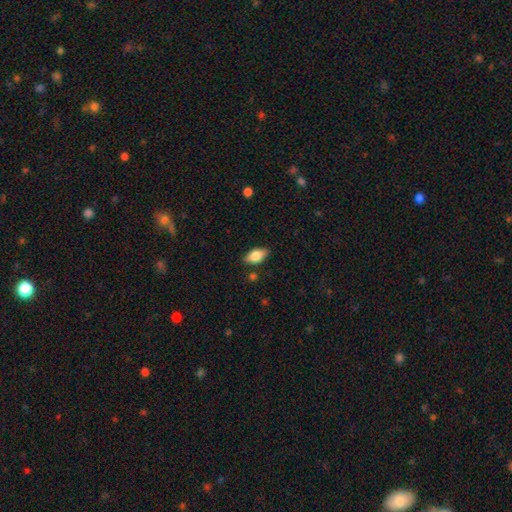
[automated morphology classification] This is likely a smooth galaxy (73%). How rounded: clearly in between (87%). Merging: clearly none (83%).